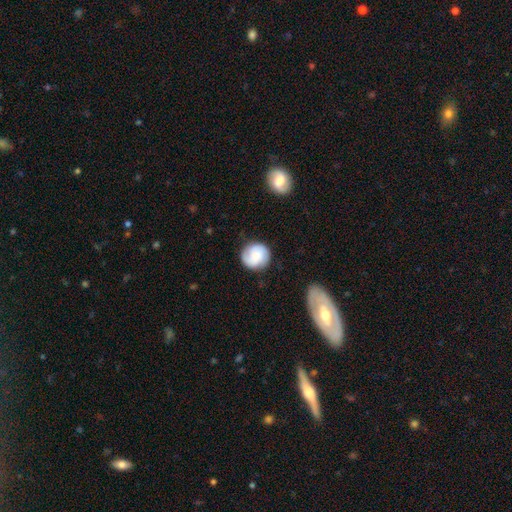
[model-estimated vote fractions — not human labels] A smooth galaxy with no disk features (55%) that is round (88%).

Vote fractions:
- Smooth or featured? smooth: 55% / featured or disk: 38% / star or artifact: 7%
- How rounded? round: 88% / in between: 11% / cigar-shaped: 1%
- Merging? none: 80% / minor disturbance: 14% / major disturbance: 4% / merger: 2%